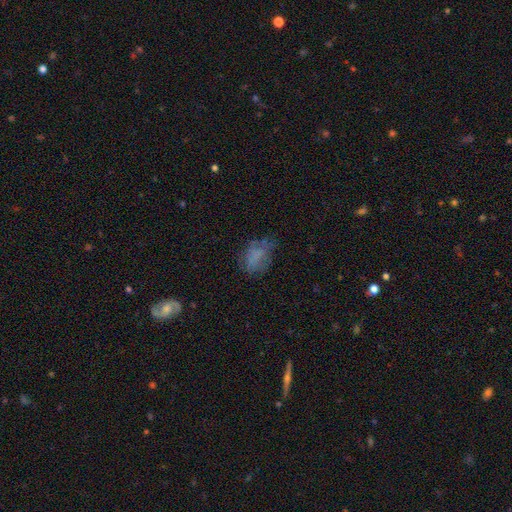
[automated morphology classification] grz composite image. It shows a smooth galaxy with no disk features (59%) that is in between round and cigar-shaped (76%). Merging: none (50%).